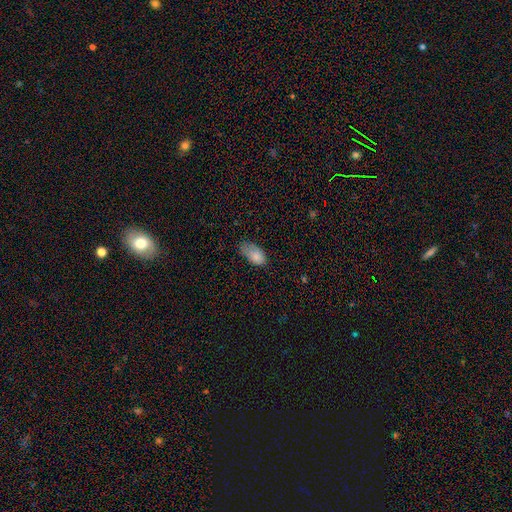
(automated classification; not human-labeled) This appears to be a smooth galaxy with no disk features (84%) that is in between round and cigar-shaped (92%). Merging: minor disturbance (45%).